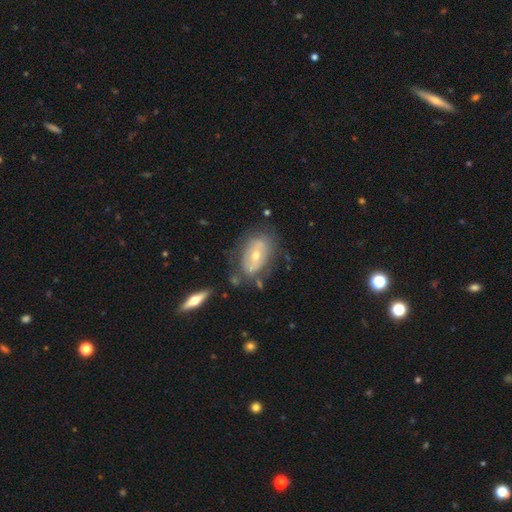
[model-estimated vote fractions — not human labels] A featured or disk galaxy (62%) with no bar (58%), no spiral arms (55%) and a moderate central bulge (54%).

Vote fractions:
- Smooth or featured? featured or disk: 62% / smooth: 30% / star or artifact: 8%
- Edge-on disk? no: 88% / yes: 12%
- Bar? no: 58% / weak: 27% / strong: 15%
- Spiral arms? no: 55% / yes: 45%
- Bulge size? moderate: 54% / small: 42% / large: 2% / none: 1% / dominant: 1%
- Merging? none: 61% / minor disturbance: 22% / major disturbance: 10% / merger: 6%